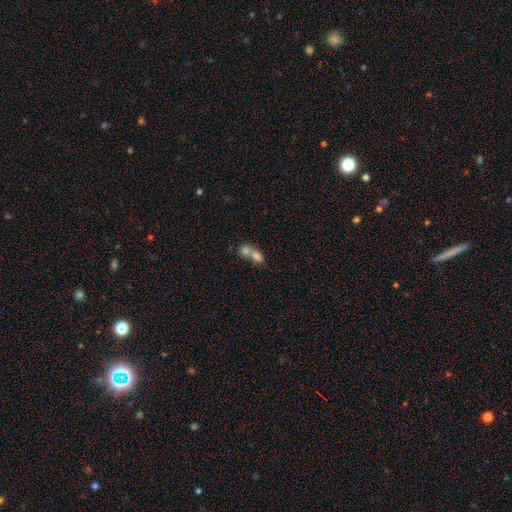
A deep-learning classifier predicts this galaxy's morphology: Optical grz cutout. It shows a smooth galaxy with no disk features (75%) that is in between round and cigar-shaped (61%). Merging: merger (75%).